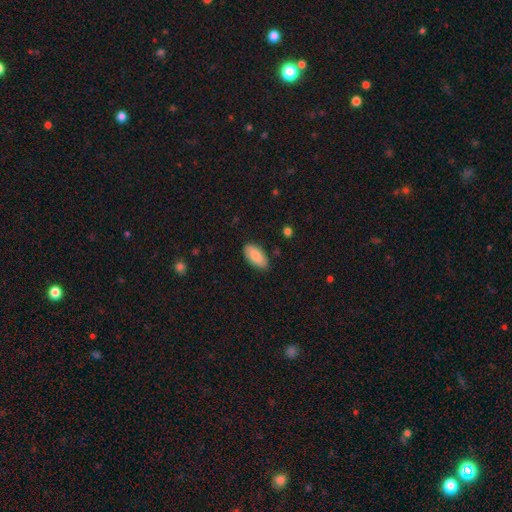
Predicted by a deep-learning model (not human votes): The model was most divided on "merging": none: 85%, minor disturbance: 12%, major disturbance: 2%, merger: 1%. More confident: how rounded — in between (92%); smooth or featured — smooth (85%).